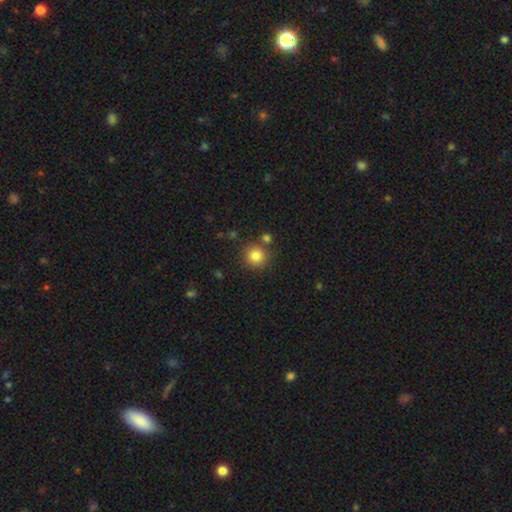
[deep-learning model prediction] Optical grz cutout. It shows a smooth galaxy with no disk features (83%) that is round (94%). Merging: none (79%).